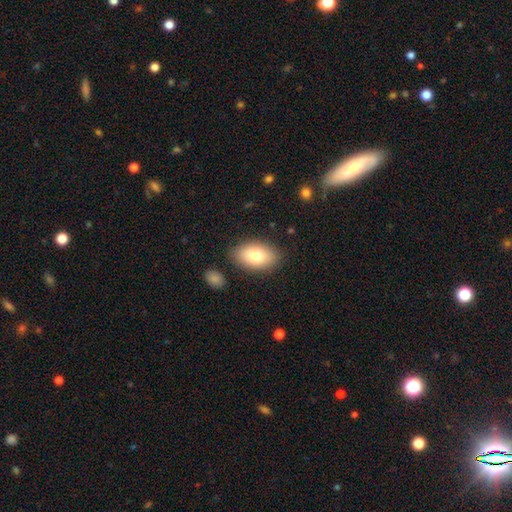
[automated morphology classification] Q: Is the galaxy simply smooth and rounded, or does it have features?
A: smooth — 78%.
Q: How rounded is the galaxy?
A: in between — 90%.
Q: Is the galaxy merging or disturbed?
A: none — 84%.